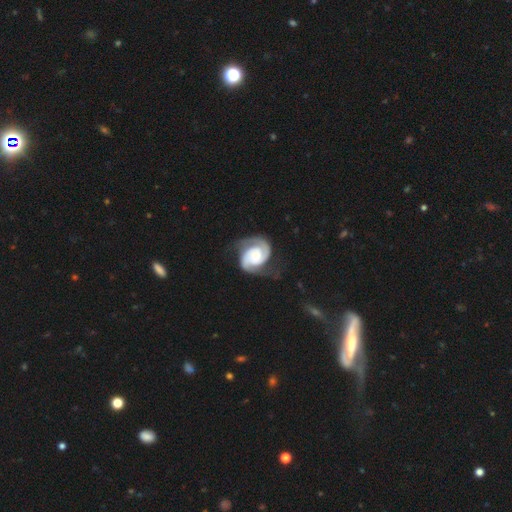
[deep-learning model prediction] This appears to be a featured or disk galaxy (91%) with no bar (64%), 2 (92%) tight (51%) spiral arms (98%) and a moderate central bulge (58%). Merging: none (69%).